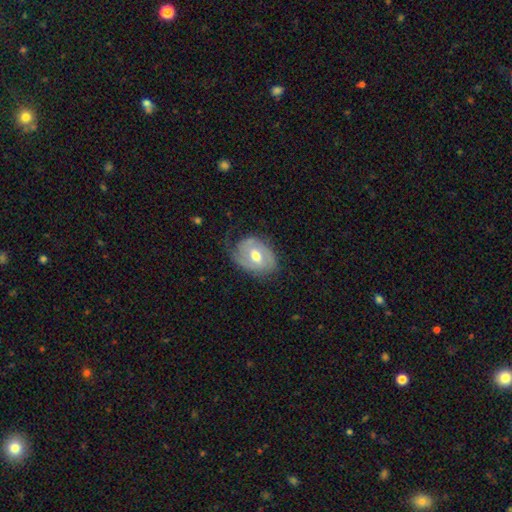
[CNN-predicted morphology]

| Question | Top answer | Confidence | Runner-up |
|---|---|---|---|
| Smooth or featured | featured or disk | 71% | smooth (23%) |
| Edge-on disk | no | 95% | yes (5%) |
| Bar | weak | 47% | no (35%) |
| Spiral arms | yes | 81% | no (19%) |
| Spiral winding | tight | 45% | medium (35%) |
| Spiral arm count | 2 | 52% | 1 (23%) |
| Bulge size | moderate | 77% | small (15%) |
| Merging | none | 56% | minor disturbance (27%) |